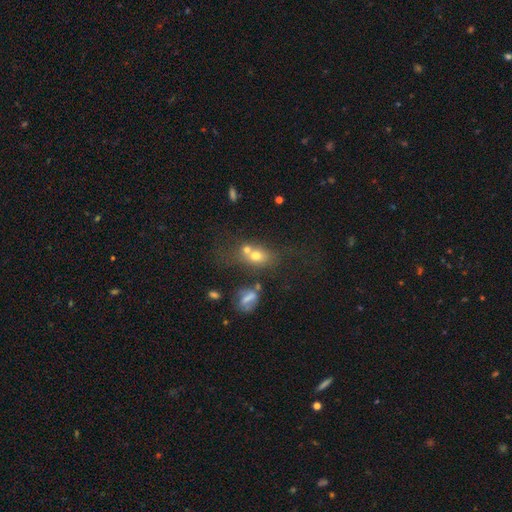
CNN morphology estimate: Smooth or featured? smooth (63%)
How rounded? in between (54%)
Merging? merger (43%)